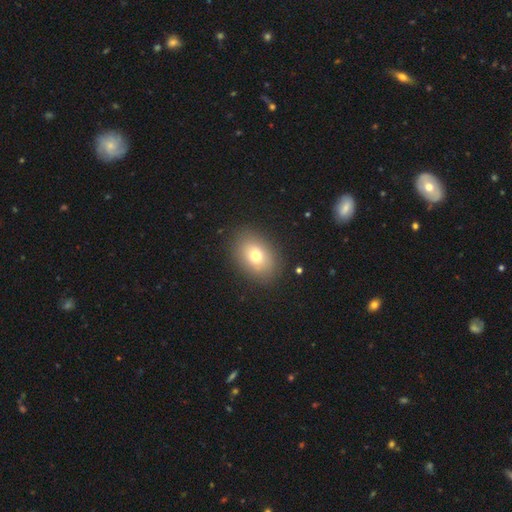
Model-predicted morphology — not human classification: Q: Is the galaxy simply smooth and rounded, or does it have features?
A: smooth — 74%.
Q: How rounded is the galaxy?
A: in between — 75%.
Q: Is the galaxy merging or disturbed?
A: none — 87%.